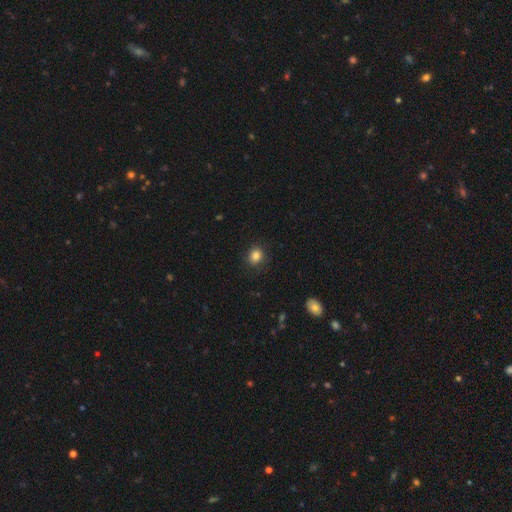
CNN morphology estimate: A smooth galaxy with no disk features (84%) that is round (72%).

Vote fractions:
- Smooth or featured? smooth: 84% / star or artifact: 11% / featured or disk: 5%
- How rounded? round: 72% / in between: 27% / cigar-shaped: 1%
- Merging? none: 85% / minor disturbance: 11% / major disturbance: 3% / merger: 1%